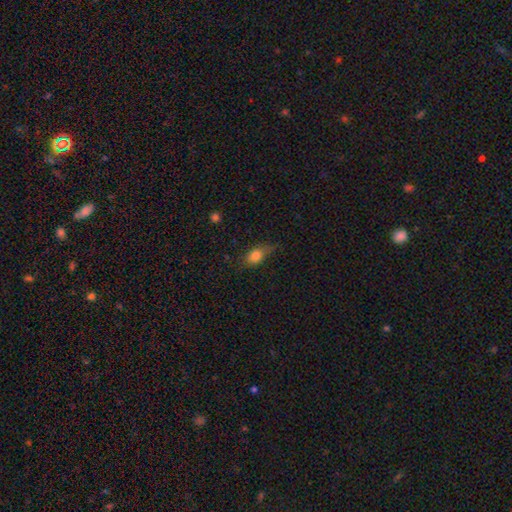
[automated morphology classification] smooth-or-featured: smooth: 78% | featured or disk: 12% | star or artifact: 9%
  how-rounded: in between: 75% | round: 18% | cigar-shaped: 7%
  merging: none: 55% | minor disturbance: 33% | major disturbance: 10% | merger: 2%